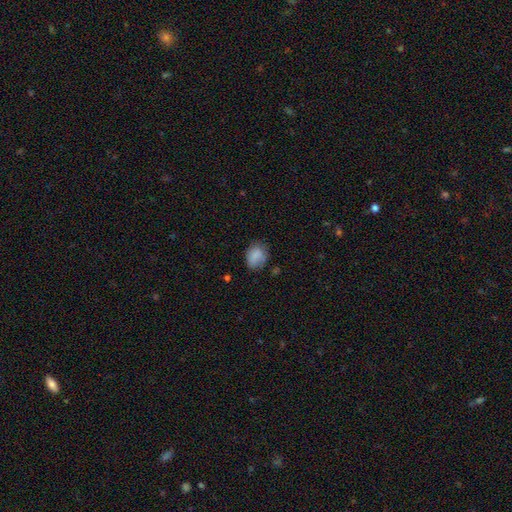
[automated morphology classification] type=smooth (83%); roundness=in between (58%); merging=none (63%).